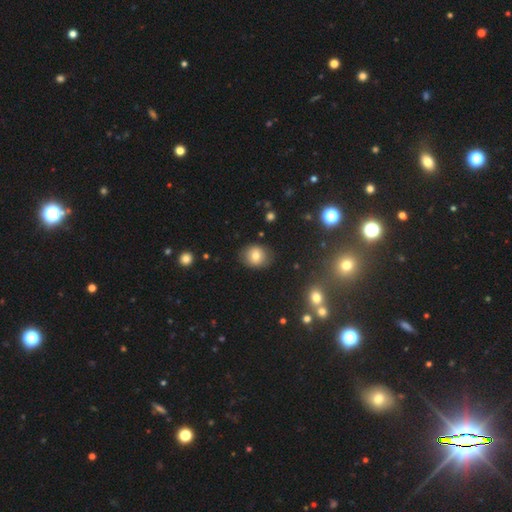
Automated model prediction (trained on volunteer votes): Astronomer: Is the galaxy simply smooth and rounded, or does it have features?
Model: smooth — 73%.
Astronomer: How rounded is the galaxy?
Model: round — 73%.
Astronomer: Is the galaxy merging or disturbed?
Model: none — 83%.